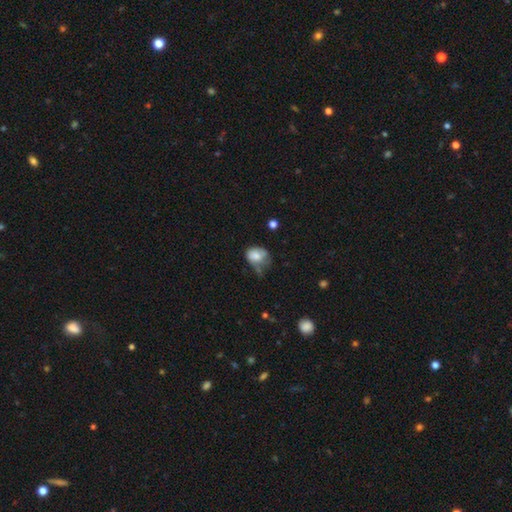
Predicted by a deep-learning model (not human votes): smooth_or_featured: smooth (p=0.70) [alt: featured or disk p=0.20]
how_rounded: in between (p=0.56) [alt: round p=0.43]
merging: minor disturbance (p=0.35) [alt: major disturbance p=0.30]